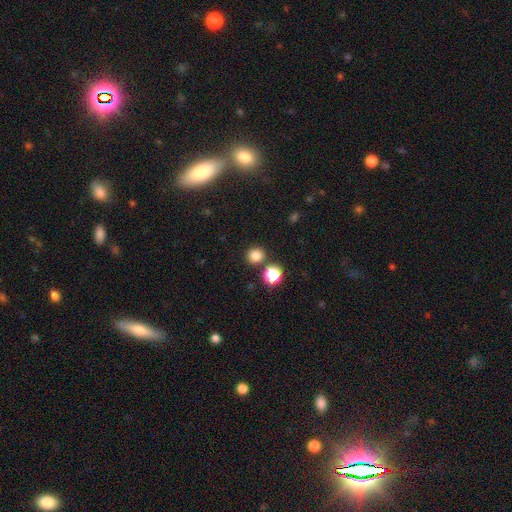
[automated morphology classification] Smooth or featured? Predicted: smooth (p=0.81). How rounded? Predicted: round (p=0.92). Merging? Predicted: none (p=0.84).